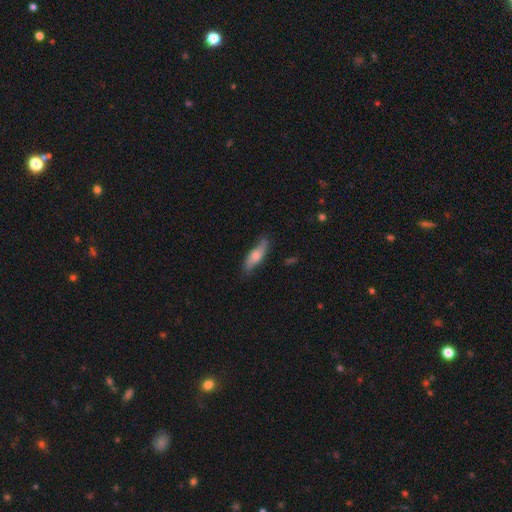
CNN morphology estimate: smooth_or_featured: smooth (p=0.55) [alt: featured or disk p=0.38]
how_rounded: in between (p=0.53) [alt: cigar-shaped p=0.45]
merging: none (p=0.72) [alt: minor disturbance p=0.22]